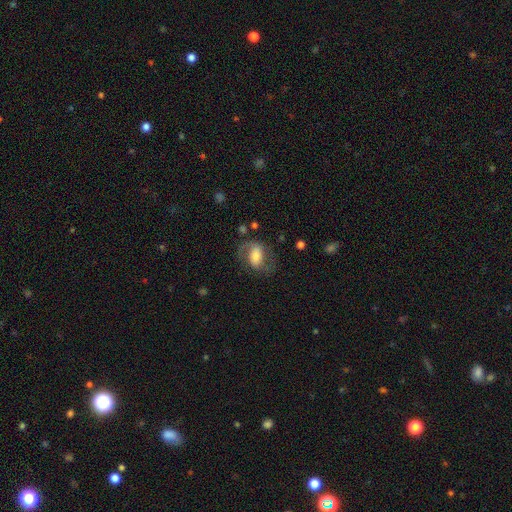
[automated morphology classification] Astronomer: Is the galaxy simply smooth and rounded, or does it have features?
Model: featured or disk — 56% (runner-up: smooth, 36%).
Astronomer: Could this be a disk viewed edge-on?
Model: no — 96%.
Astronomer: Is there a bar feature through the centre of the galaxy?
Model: weak — 38% (runner-up: no, 33%).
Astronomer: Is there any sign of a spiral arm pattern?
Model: yes — 84%.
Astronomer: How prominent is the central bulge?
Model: moderate — 38% (runner-up: large, 28%).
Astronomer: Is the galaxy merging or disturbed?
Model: none — 59%.